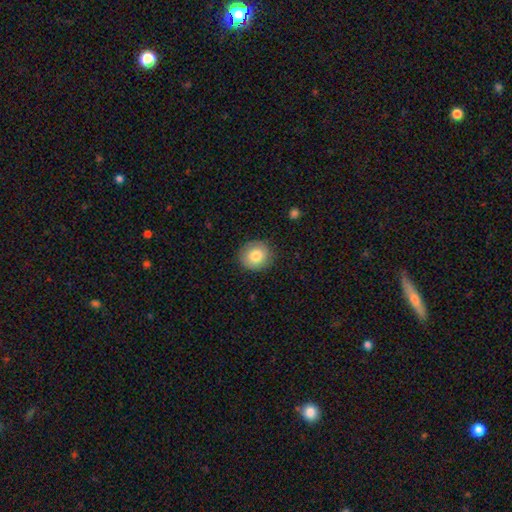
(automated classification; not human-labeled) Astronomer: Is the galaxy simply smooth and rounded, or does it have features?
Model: smooth — 81%.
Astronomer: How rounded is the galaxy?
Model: round — 87%.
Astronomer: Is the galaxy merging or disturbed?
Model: none — 86%.